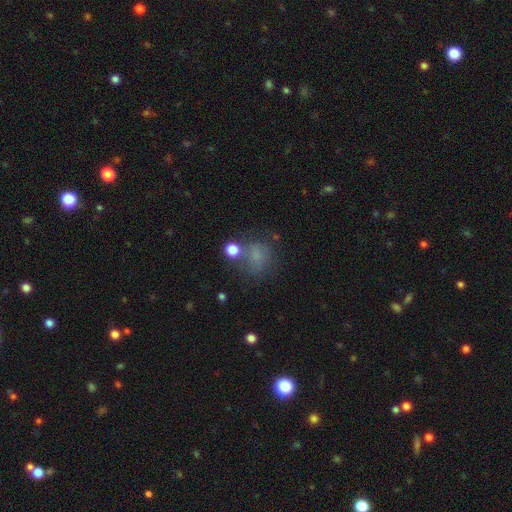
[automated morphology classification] smooth-or-featured: smooth: 67% | star or artifact: 19% | featured or disk: 14%
  how-rounded: round: 71% | in between: 28% | cigar-shaped: 1%
  merging: none: 54% | minor disturbance: 20% | major disturbance: 15% | merger: 12%